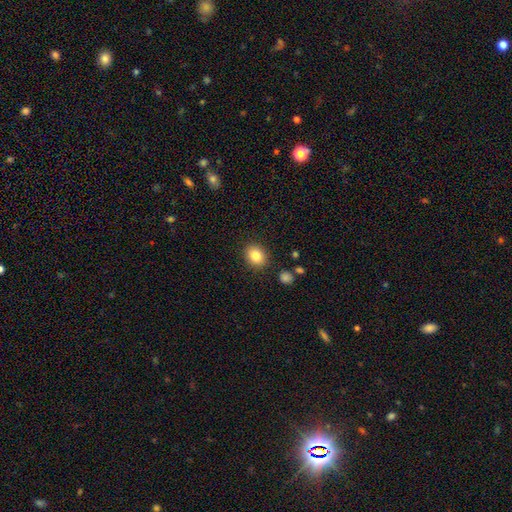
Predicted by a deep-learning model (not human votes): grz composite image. It shows a smooth galaxy with no disk features (83%) that is round (61%). Merging: none (89%).